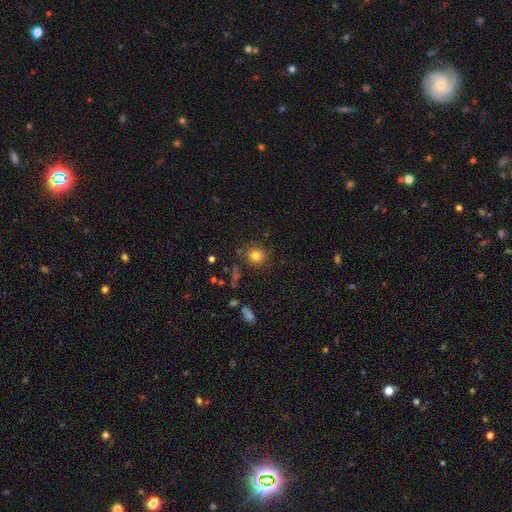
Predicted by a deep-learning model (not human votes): Smooth or featured? Predicted: smooth (p=0.81). How rounded? Predicted: round (p=0.88). Merging? Predicted: none (p=0.82).